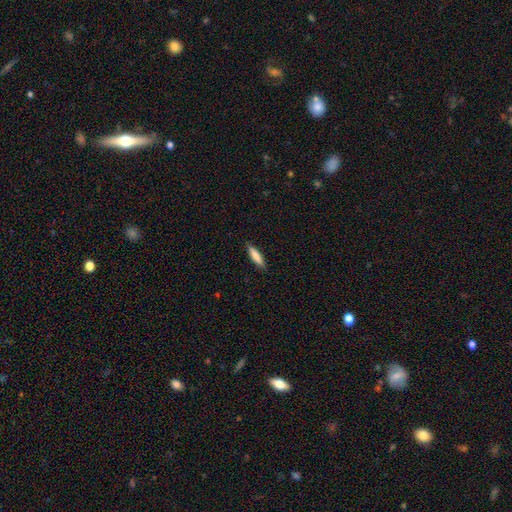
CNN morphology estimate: Smooth or featured?
  - smooth: 82% *
  - featured or disk: 12%
  - star or artifact: 6%
How rounded?
  - cigar-shaped: 75% *
  - in between: 23%
  - round: 1%
Merging?
  - none: 88% *
  - minor disturbance: 9%
  - major disturbance: 2%
  - merger: 1%